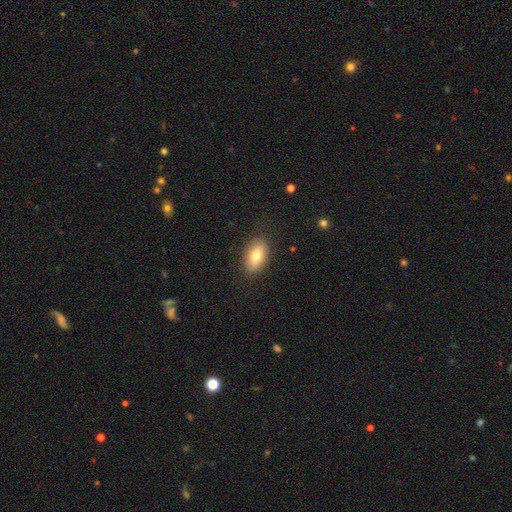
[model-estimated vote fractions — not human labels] Smooth or featured? smooth (76%)
How rounded? in between (89%)
Merging? none (84%)